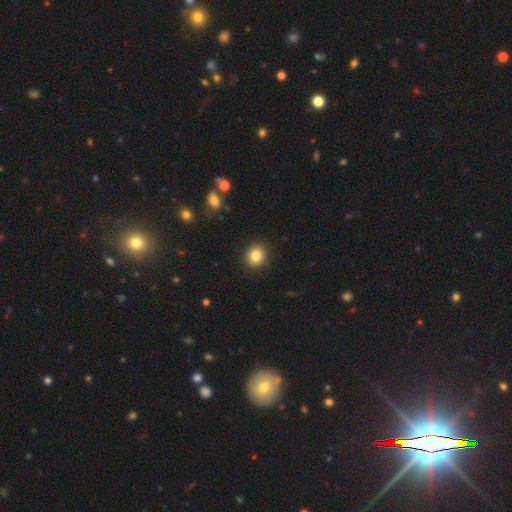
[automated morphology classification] Smooth or featured?
  - smooth: 84% *
  - star or artifact: 10%
  - featured or disk: 6%
How rounded?
  - round: 82% *
  - in between: 17%
  - cigar-shaped: 1%
Merging?
  - none: 91% *
  - minor disturbance: 6%
  - major disturbance: 2%
  - merger: 1%